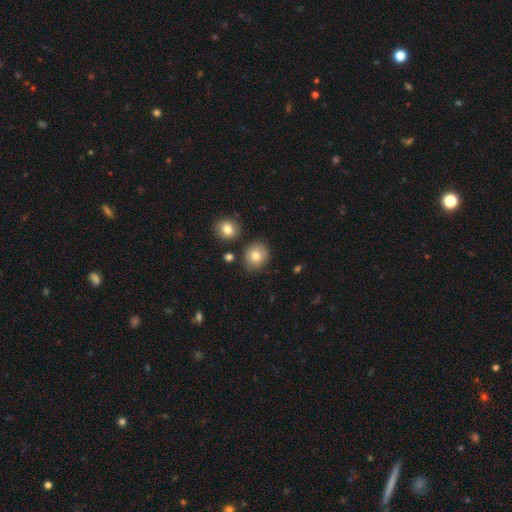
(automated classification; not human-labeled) Smooth or featured: smooth — 80% (featured or disk — 10%)
How rounded: round — 74% (in between — 25%)
Merging: none — 80% (minor disturbance — 12%)